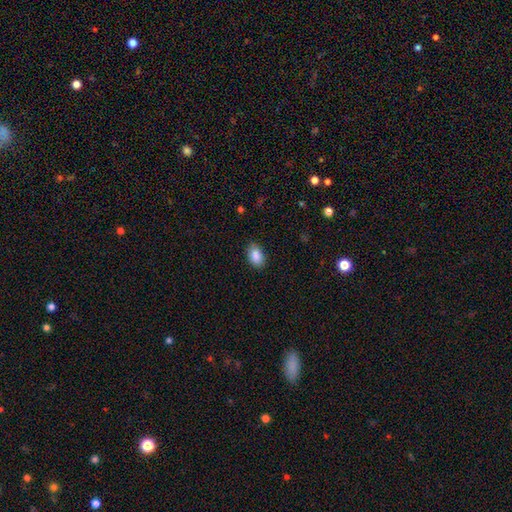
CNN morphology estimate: This appears to be a smooth galaxy with no disk features (88%) that is in between round and cigar-shaped (90%). Merging: none (87%).